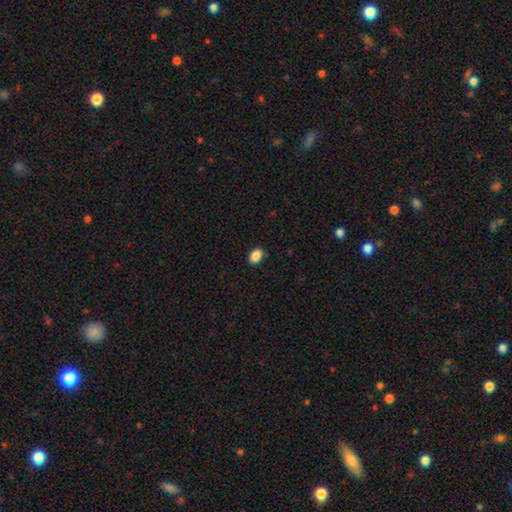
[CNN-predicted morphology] smooth 89%, star or artifact 8%, featured or disk 3%. Down the decision tree: how rounded — in between (83%); merging — none (88%).